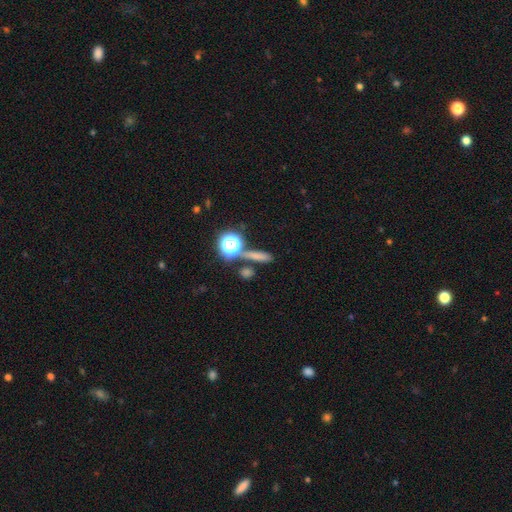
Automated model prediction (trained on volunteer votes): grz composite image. It shows a smooth galaxy with no disk features (67%) that is cigar-shaped (49%). Merging: none (70%).